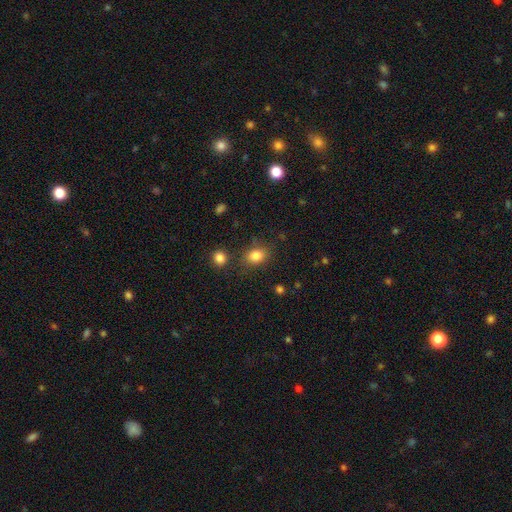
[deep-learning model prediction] Morphology: type=smooth (83%); roundness=in between (63%); merging=none (77%).